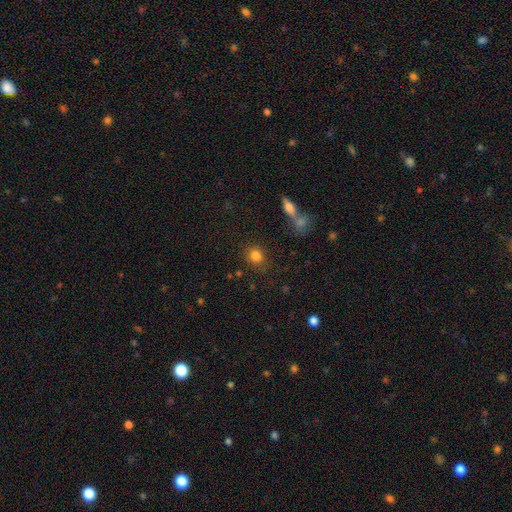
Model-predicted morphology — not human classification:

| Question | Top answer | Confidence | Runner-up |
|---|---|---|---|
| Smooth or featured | smooth | 82% | star or artifact (11%) |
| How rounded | round | 75% | in between (23%) |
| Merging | none | 81% | minor disturbance (11%) |